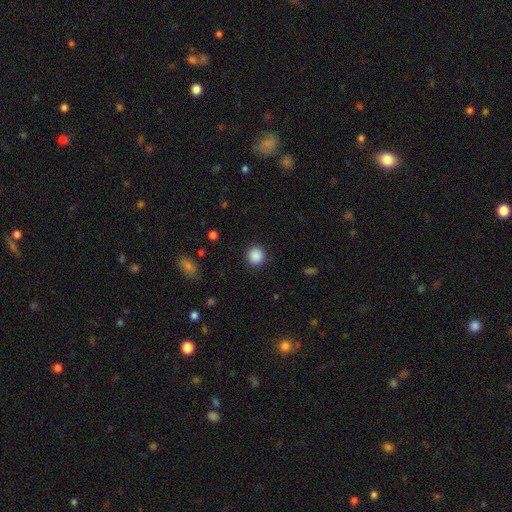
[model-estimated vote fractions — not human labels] Smooth or featured? Predicted: smooth (p=0.88). How rounded? Predicted: round (p=0.92). Merging? Predicted: none (p=0.91).